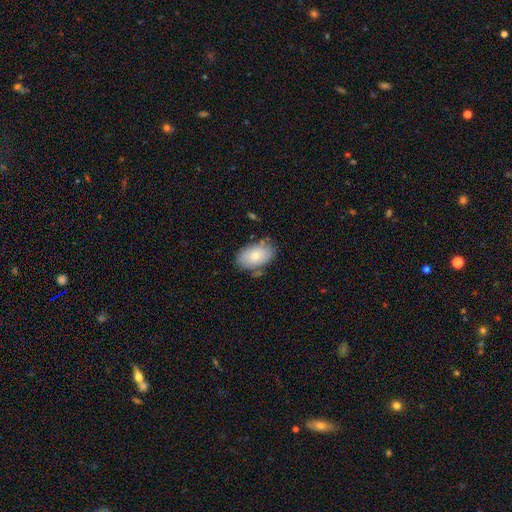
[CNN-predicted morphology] Overall: smooth (76%). How rounded: in between (91%). Merging: none (73%).